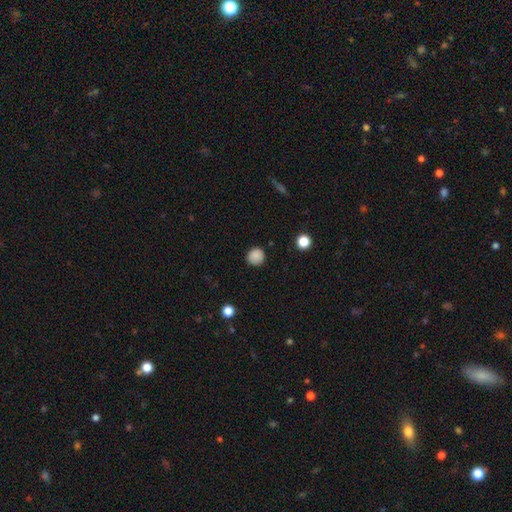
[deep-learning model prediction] Overall: smooth (86%). How rounded: round (91%). Merging: none (87%).